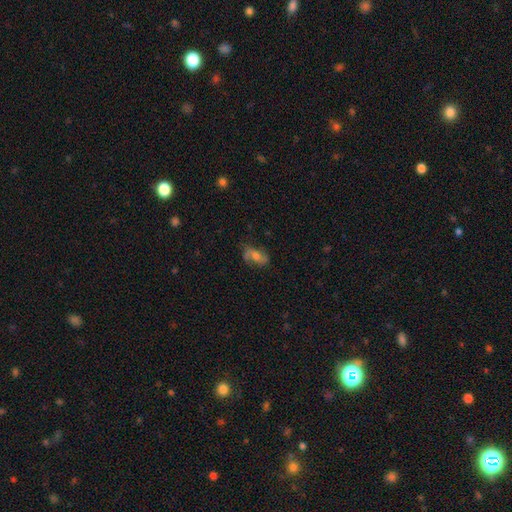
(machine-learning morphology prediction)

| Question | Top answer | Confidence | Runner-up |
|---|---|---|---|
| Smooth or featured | featured or disk | 60% | smooth (26%) |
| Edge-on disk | no | 91% | yes (9%) |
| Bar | no | 55% | weak (32%) |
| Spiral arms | yes | 82% | no (18%) |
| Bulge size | moderate | 60% | small (25%) |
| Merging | none | 72% | minor disturbance (18%) |